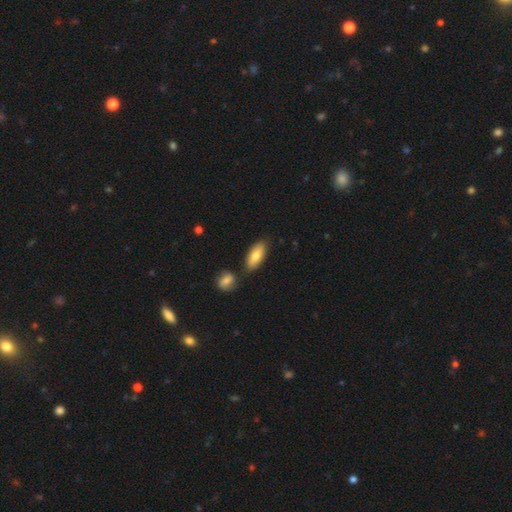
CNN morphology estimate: Smooth or featured: smooth — 80% (featured or disk — 14%)
How rounded: in between — 80% (cigar-shaped — 18%)
Merging: none — 76% (minor disturbance — 12%)